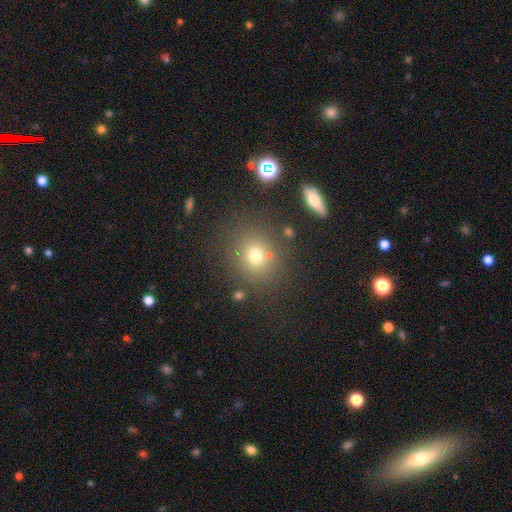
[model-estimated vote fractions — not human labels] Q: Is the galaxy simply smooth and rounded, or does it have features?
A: smooth — 71%.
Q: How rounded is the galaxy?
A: round — 80%.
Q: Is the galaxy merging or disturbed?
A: none — 78%.